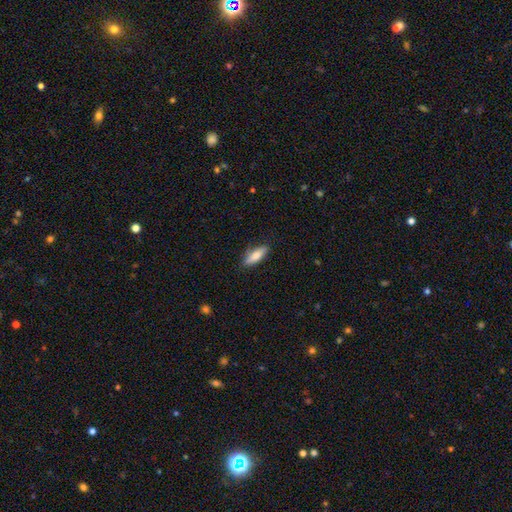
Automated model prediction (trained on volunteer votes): A smooth galaxy with no disk features (79%) that is in between round and cigar-shaped (59%).

Vote fractions:
- Smooth or featured? smooth: 79% / featured or disk: 15% / star or artifact: 6%
- How rounded? in between: 59% / cigar-shaped: 39% / round: 2%
- Merging? none: 84% / minor disturbance: 13% / major disturbance: 2% / merger: 1%